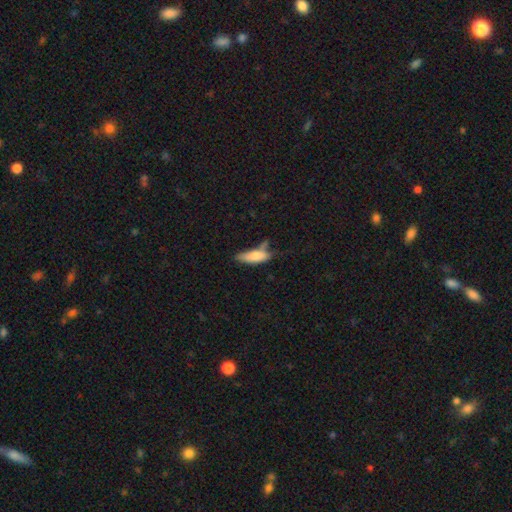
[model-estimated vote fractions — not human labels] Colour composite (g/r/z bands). It shows a smooth galaxy with no disk features (75%) that is in between round and cigar-shaped (56%). Merging: none (46%).